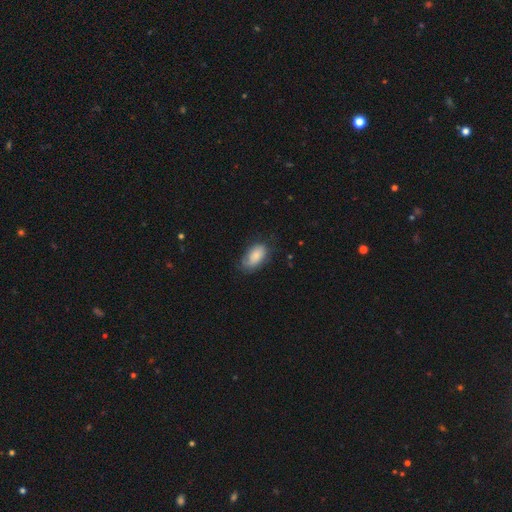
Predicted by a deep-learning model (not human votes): Smooth or featured? smooth (72%)
How rounded? in between (93%)
Merging? none (61%)